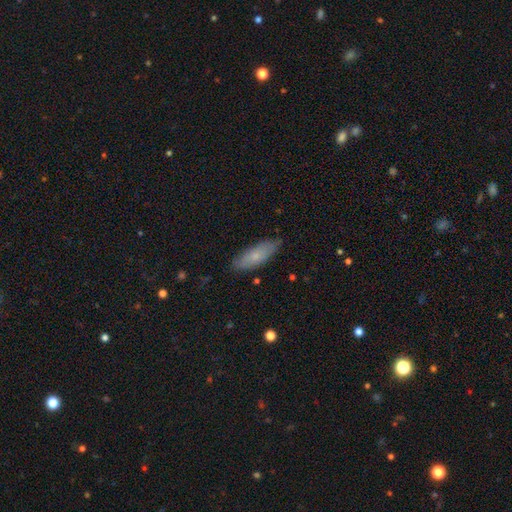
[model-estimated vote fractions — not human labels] Overall: smooth (71%). How rounded: in between (57%; cigar-shaped 41%). Merging: none (83%).